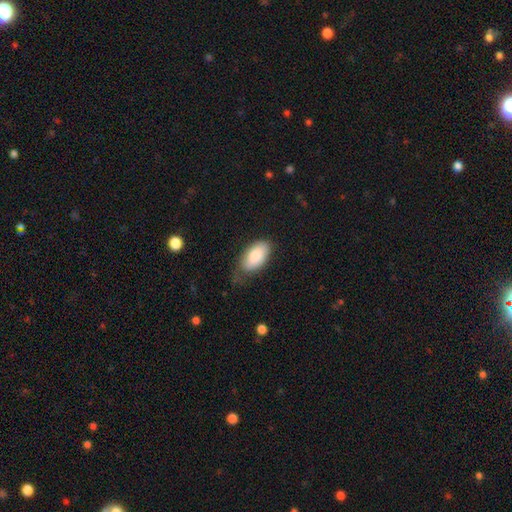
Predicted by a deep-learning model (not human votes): Smooth or featured? Predicted: smooth (p=0.85). How rounded? Predicted: in between (p=0.94). Merging? Predicted: none (p=0.52).